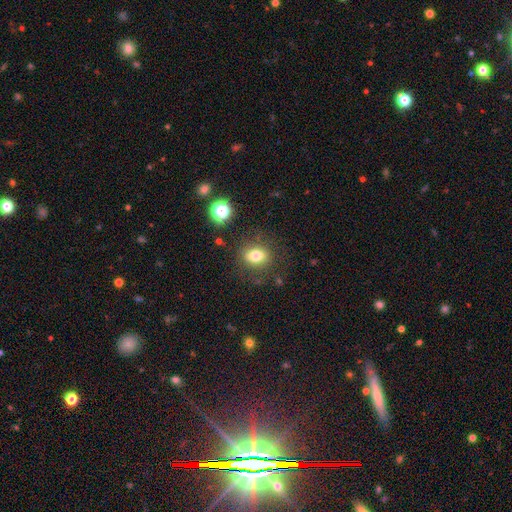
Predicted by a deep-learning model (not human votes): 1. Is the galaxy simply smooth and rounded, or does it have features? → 74% smooth, 14% featured or disk, 12% star or artifact.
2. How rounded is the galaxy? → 63% in between, 34% round, 3% cigar-shaped.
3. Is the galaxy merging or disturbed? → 79% none, 13% minor disturbance, 5% major disturbance, 3% merger.